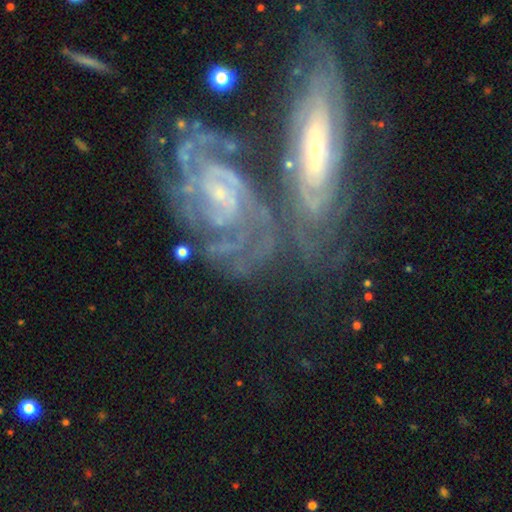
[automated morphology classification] This is clearly a featured or disk galaxy (85%). It is clearly not viewed edge-on (93%). Bar: possibly no (57%). Spiral arm pattern: clearly yes (96%). Spiral arm count: marginally can't tell (34%). Spiral winding: likely tight (75%). Central bulge: likely small (74%). Merging: marginally none (45%).